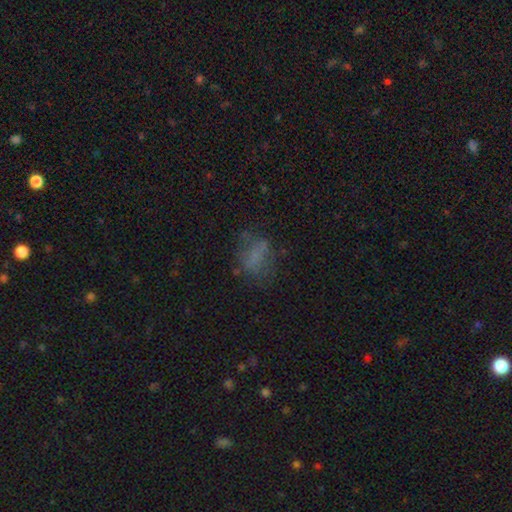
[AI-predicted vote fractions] A smooth galaxy with no disk features (58%) that is in between round and cigar-shaped (71%). Merging: none (54%).